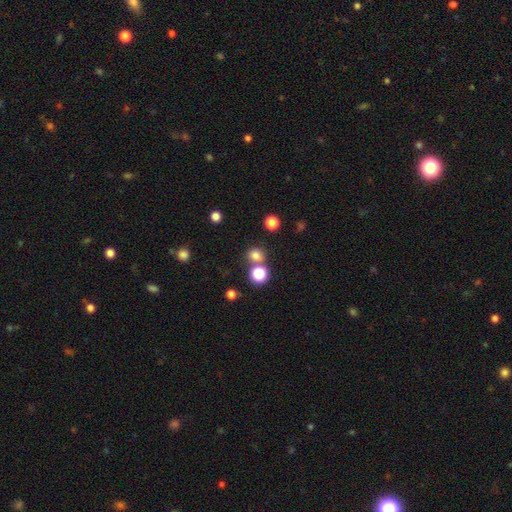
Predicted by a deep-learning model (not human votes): Smooth or featured? Predicted: smooth (p=0.75). How rounded? Predicted: round (p=0.86). Merging? Predicted: none (p=0.68).